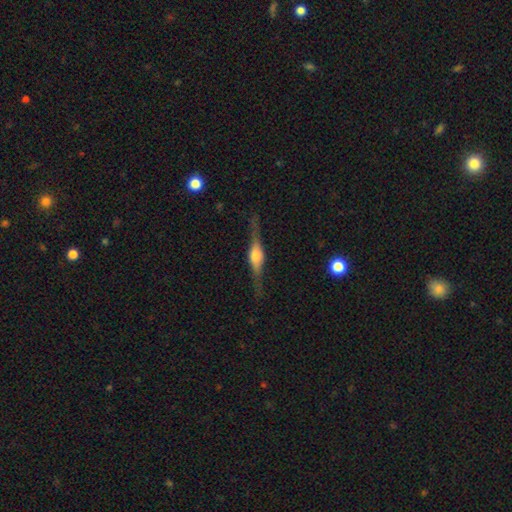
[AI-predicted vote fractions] This is likely a featured or disk galaxy (79%). It is clearly viewed edge-on (97%). Edge-on bulge: clearly rounded (86%). Merging: clearly none (84%).